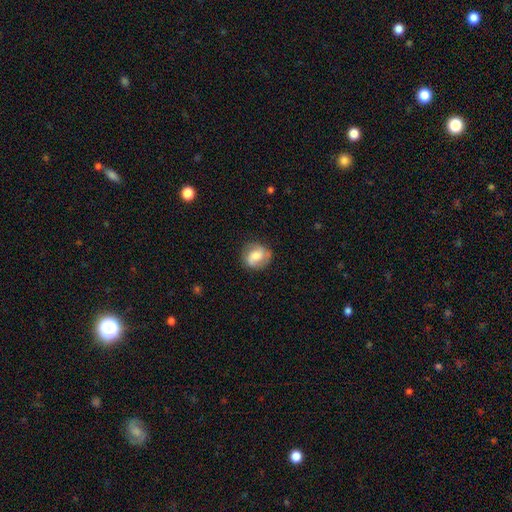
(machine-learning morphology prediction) Smooth or featured? Predicted: featured or disk (p=0.55). Edge-on disk? Predicted: no (p=0.97). Bar? Predicted: no (p=0.44). Spiral arms? Predicted: yes (p=0.86). Bulge size? Predicted: moderate (p=0.53). Merging? Predicted: none (p=0.77).